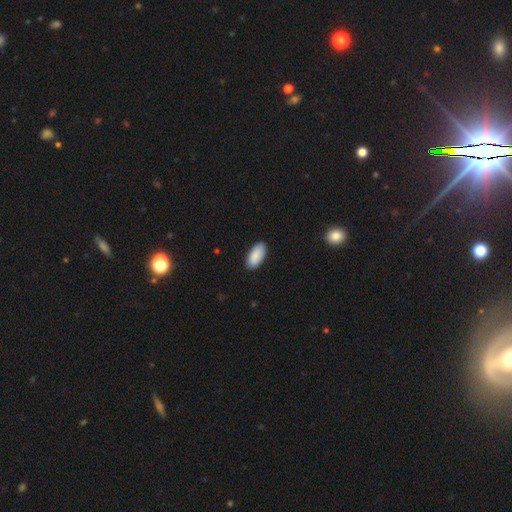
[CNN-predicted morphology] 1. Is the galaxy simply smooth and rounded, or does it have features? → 90% smooth, 6% star or artifact, 4% featured or disk.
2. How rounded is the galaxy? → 94% in between, 5% cigar-shaped, 2% round.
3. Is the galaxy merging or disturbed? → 87% none, 10% minor disturbance, 2% major disturbance, 1% merger.